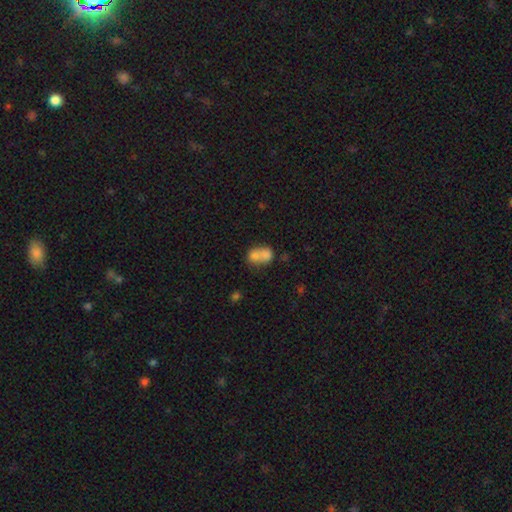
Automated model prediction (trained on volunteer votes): This appears to be a smooth galaxy with no disk features (73%) that is round (53%). Merging: merger (72%).